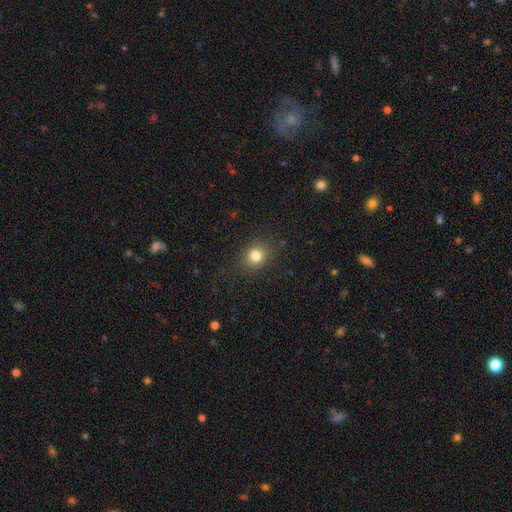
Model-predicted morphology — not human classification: Smooth or featured?
  - smooth: 80% *
  - star or artifact: 13%
  - featured or disk: 7%
How rounded?
  - round: 69% *
  - in between: 30%
  - cigar-shaped: 1%
Merging?
  - none: 85% *
  - minor disturbance: 11%
  - major disturbance: 4%
  - merger: 1%